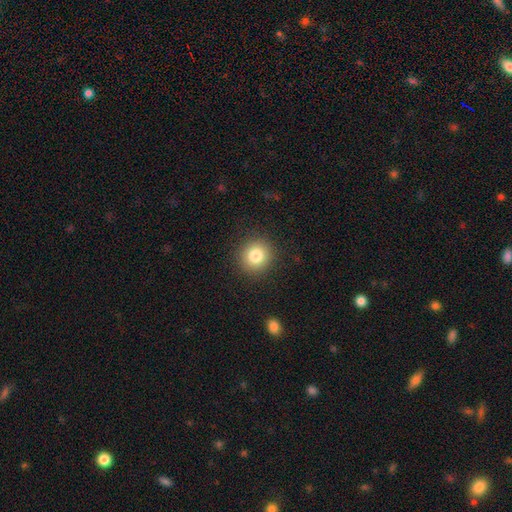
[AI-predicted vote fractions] Q: Smooth or featured?
A: smooth (83%); runner-up: star or artifact (10%)
Q: How rounded?
A: round (91%); runner-up: in between (8%)
Q: Merging?
A: none (91%); runner-up: minor disturbance (6%)